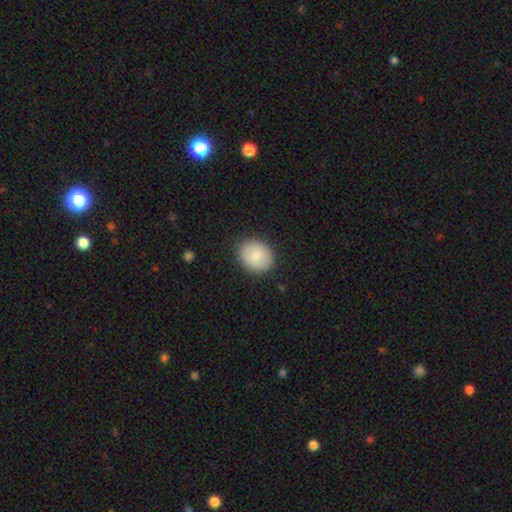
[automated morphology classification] Q: Smooth or featured?
A: smooth (80%); runner-up: featured or disk (13%)
Q: How rounded?
A: round (54%); runner-up: in between (45%)
Q: Merging?
A: none (86%); runner-up: minor disturbance (10%)